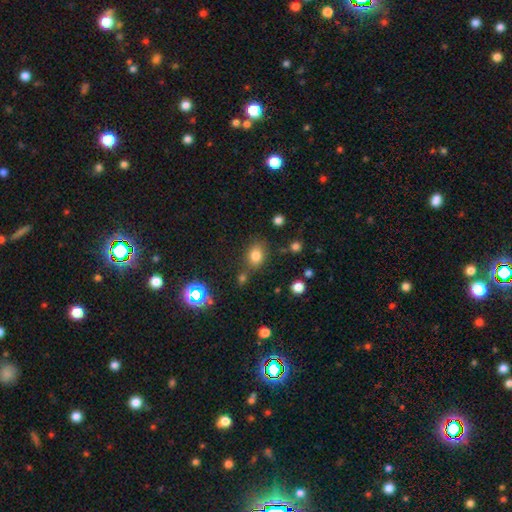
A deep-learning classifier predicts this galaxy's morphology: smooth-or-featured: smooth: 78% | star or artifact: 15% | featured or disk: 8%
  how-rounded: in between: 58% | round: 41% | cigar-shaped: 1%
  merging: none: 71% | minor disturbance: 14% | merger: 10% | major disturbance: 5%